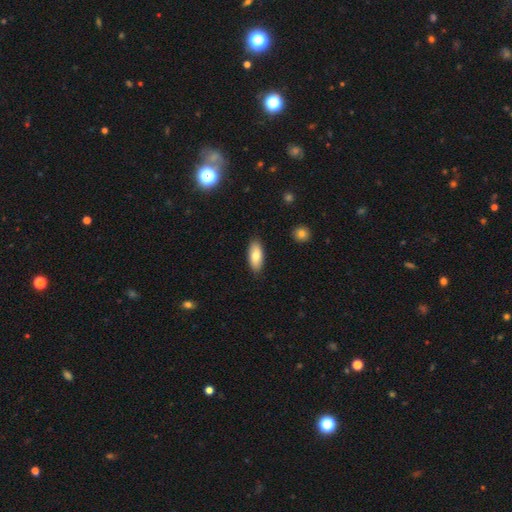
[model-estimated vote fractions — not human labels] Morphology: type=smooth (80%); roundness=in between (84%); merging=none (87%).